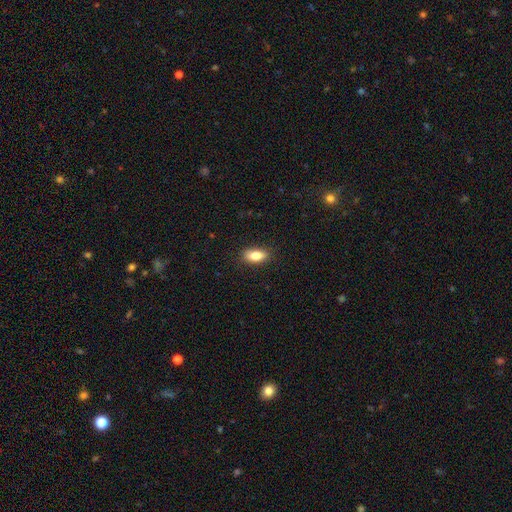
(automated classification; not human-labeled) Overall: smooth (81%). How rounded: in between (85%). Merging: none (87%).